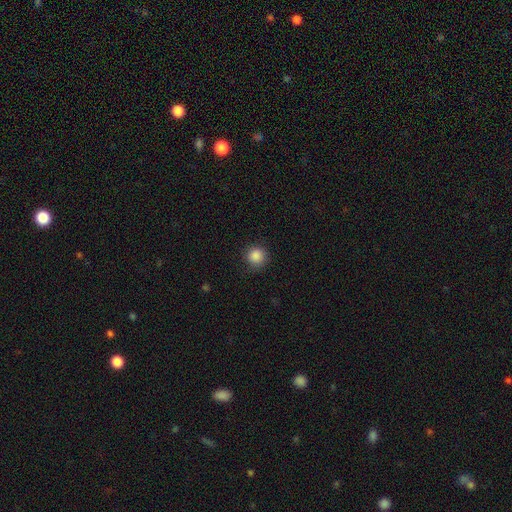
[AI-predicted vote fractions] Smooth or featured: smooth — 87% (star or artifact — 10%)
How rounded: round — 93% (in between — 6%)
Merging: none — 85% (minor disturbance — 11%)